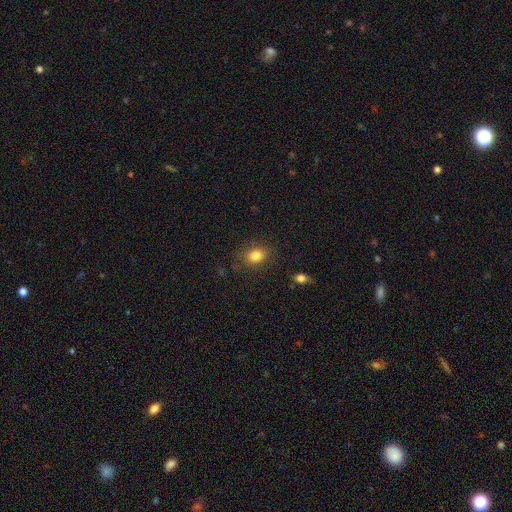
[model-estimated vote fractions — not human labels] Smooth or featured? Predicted: smooth (p=0.83). How rounded? Predicted: in between (p=0.50). Merging? Predicted: none (p=0.82).